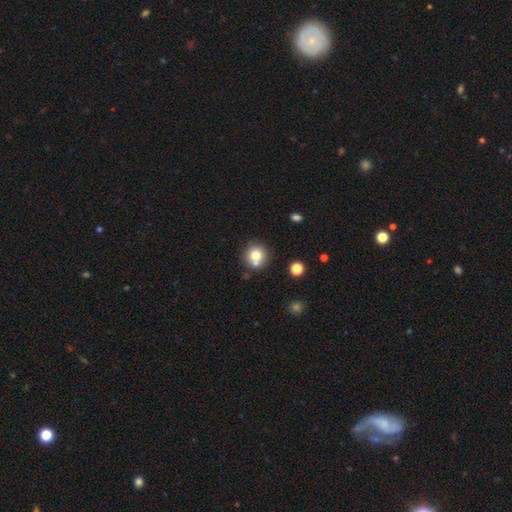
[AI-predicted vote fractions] Morphology: type=smooth (75%); roundness=round (91%); merging=none (66%).